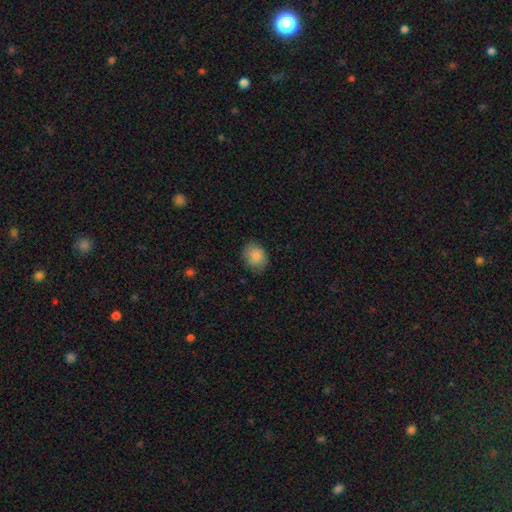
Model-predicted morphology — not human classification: type=smooth (86%); roundness=round (53%); merging=none (75%).